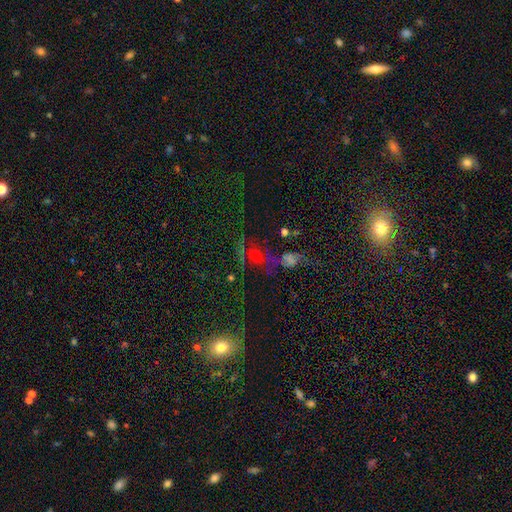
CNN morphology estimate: A star or artifact, not a galaxy (51%).